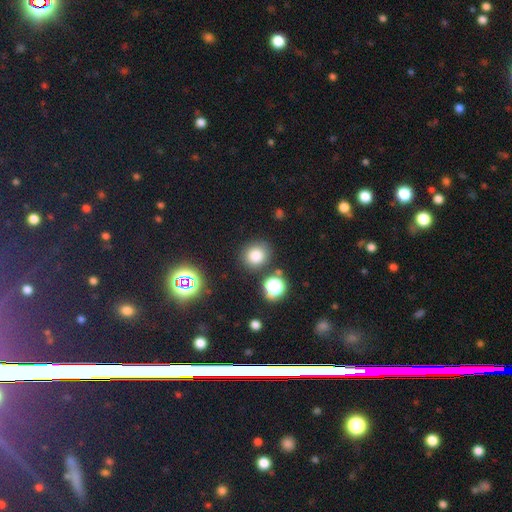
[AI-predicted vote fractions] Smooth or featured?
  - smooth: 78% *
  - star or artifact: 16%
  - featured or disk: 6%
How rounded?
  - round: 81% *
  - in between: 18%
  - cigar-shaped: 1%
Merging?
  - none: 81% *
  - minor disturbance: 10%
  - merger: 6%
  - major disturbance: 4%